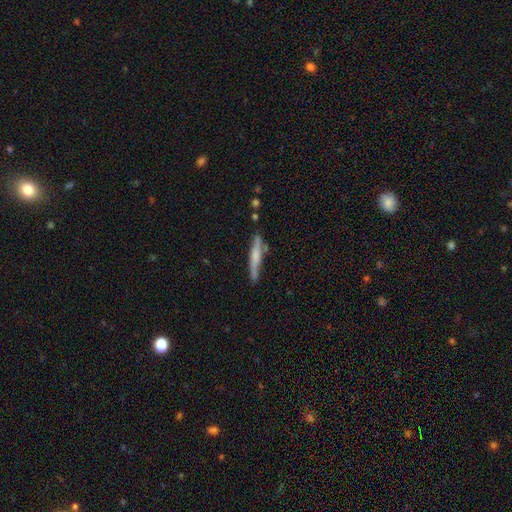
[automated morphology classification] smooth-or-featured: featured or disk: 50% | smooth: 44% | star or artifact: 6%
  disk-edge-on: yes: 92% | no: 8%
  merging: none: 72% | minor disturbance: 19% | merger: 5% | major disturbance: 4%